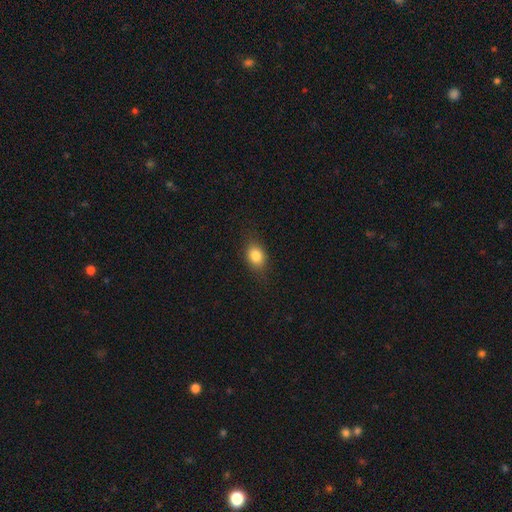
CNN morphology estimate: A smooth galaxy with no disk features (82%) that is in between round and cigar-shaped (62%). Merging: none (81%).